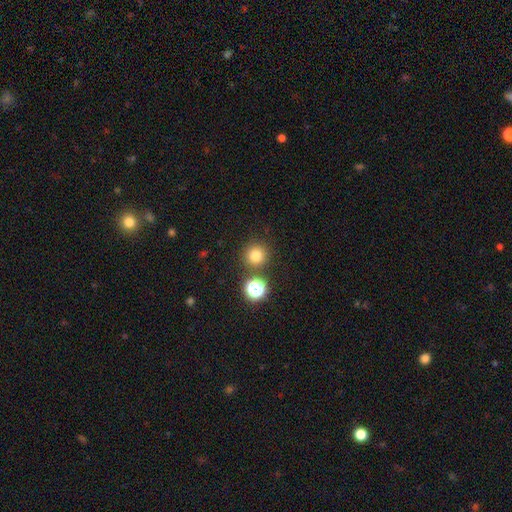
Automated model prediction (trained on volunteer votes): Morphology: type=smooth (77%); roundness=round (94%); merging=none (84%).